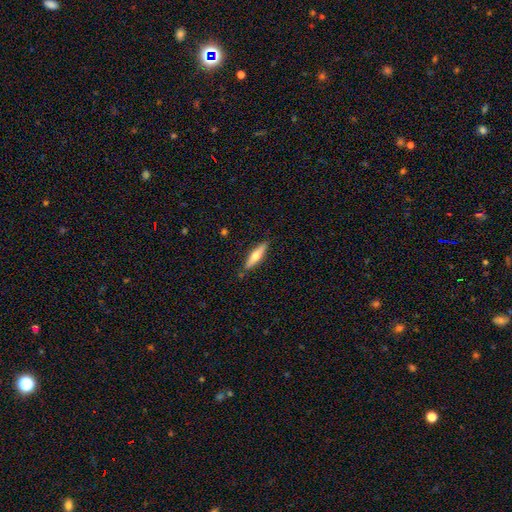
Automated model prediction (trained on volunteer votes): smooth-or-featured: smooth: 53% | featured or disk: 41% | star or artifact: 6%
  how-rounded: cigar-shaped: 75% | in between: 23% | round: 2%
  merging: none: 85% | minor disturbance: 11% | merger: 2% | major disturbance: 2%